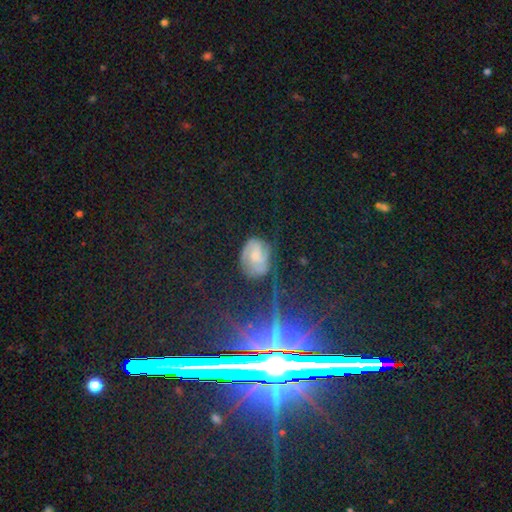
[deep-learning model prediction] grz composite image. It shows a featured or disk galaxy (44%). Merging: none (69%).